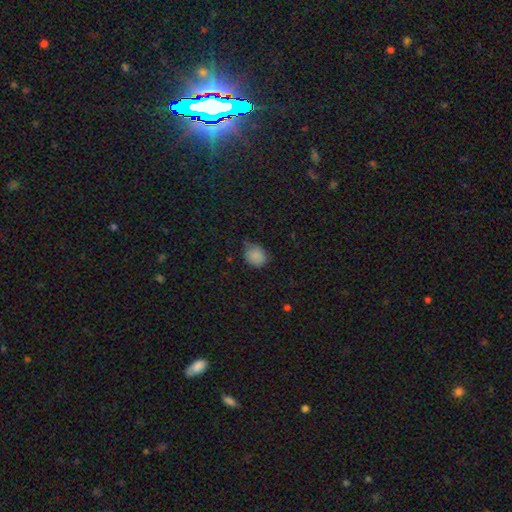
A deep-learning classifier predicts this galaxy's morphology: Q: Smooth or featured?
A: smooth (84%); runner-up: star or artifact (11%)
Q: How rounded?
A: round (62%); runner-up: in between (37%)
Q: Merging?
A: none (58%); runner-up: minor disturbance (34%)